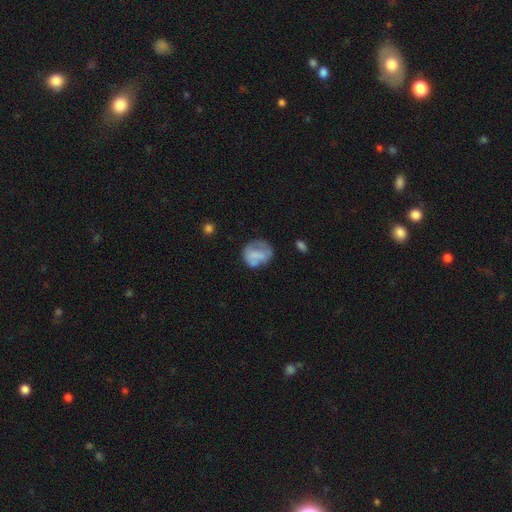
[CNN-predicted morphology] Smooth or featured? smooth (59%)
How rounded? round (68%)
Merging? none (46%)